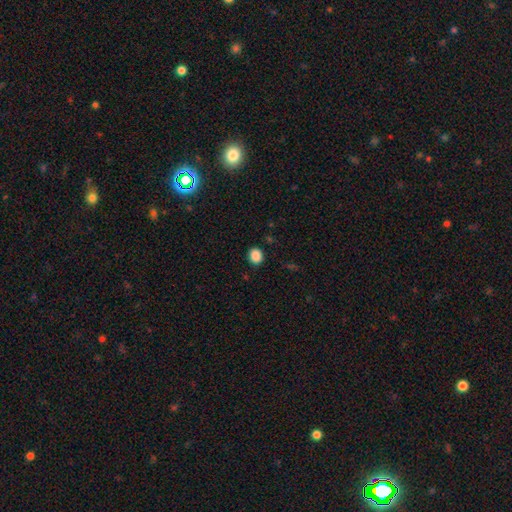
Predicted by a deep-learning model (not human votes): smooth 88%, star or artifact 9%, featured or disk 3%. Down the decision tree: how rounded — round (69%); merging — none (89%).